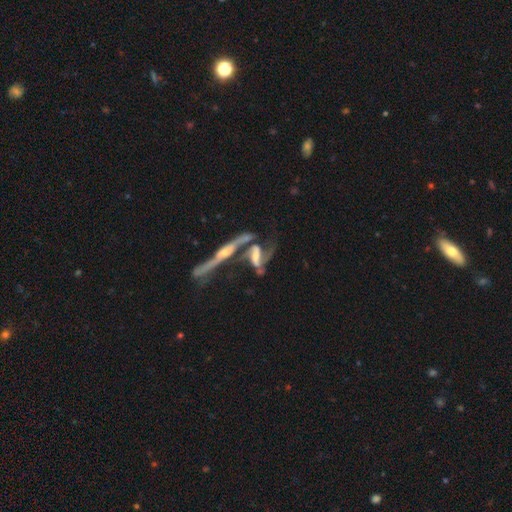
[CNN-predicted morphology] smooth-or-featured: featured or disk: 83% | smooth: 10% | star or artifact: 7%
  disk-edge-on: no: 81% | yes: 19%
    bar: strong: 39% | weak: 37% | no: 24%
    has-spiral-arms: yes: 91% | no: 9%
      spiral-winding: loose: 55% | medium: 33% | tight: 12%
      spiral-arm-count: 2: 87% | can't tell: 5% | 1: 4% | 3: 1% | 4: 1% | more than 4: 1%
    bulge-size: moderate: 41% | small: 32% | none: 14% | large: 11% | dominant: 2%
  merging: merger: 51% | none: 26% | major disturbance: 12% | minor disturbance: 11%